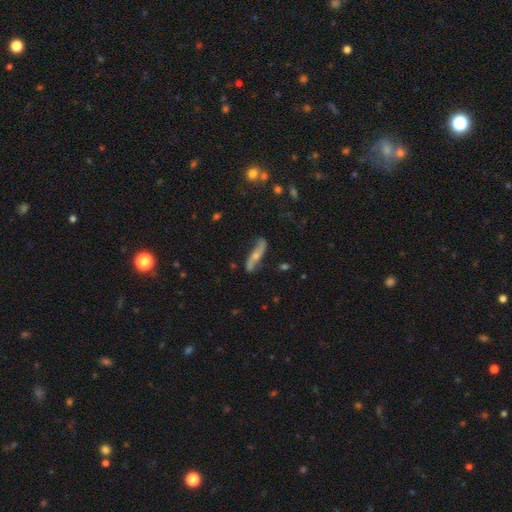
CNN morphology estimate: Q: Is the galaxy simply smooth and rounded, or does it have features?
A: featured or disk — 69%.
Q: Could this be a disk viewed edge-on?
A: no — 65%.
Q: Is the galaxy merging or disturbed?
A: none — 71%.